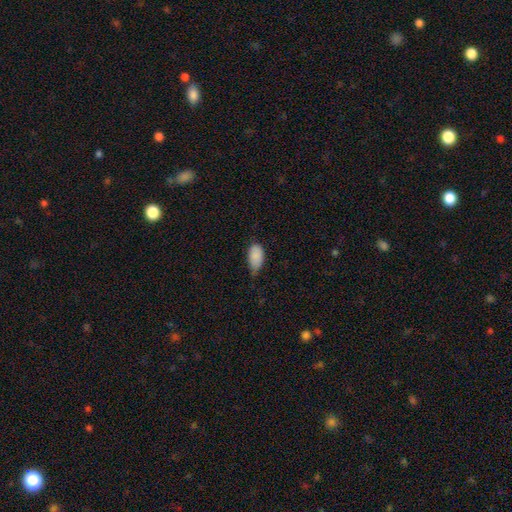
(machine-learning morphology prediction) This appears to be a smooth galaxy with no disk features (87%) that is in between round and cigar-shaped (93%). Merging: minor disturbance (53%).